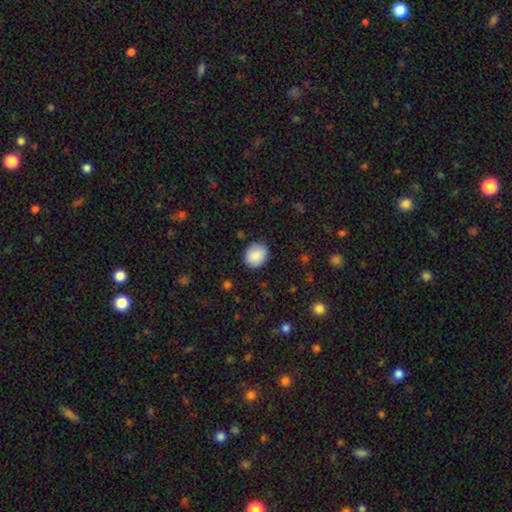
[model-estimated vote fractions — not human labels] This appears to be a smooth galaxy with no disk features (87%) that is round (63%). Merging: none (86%).